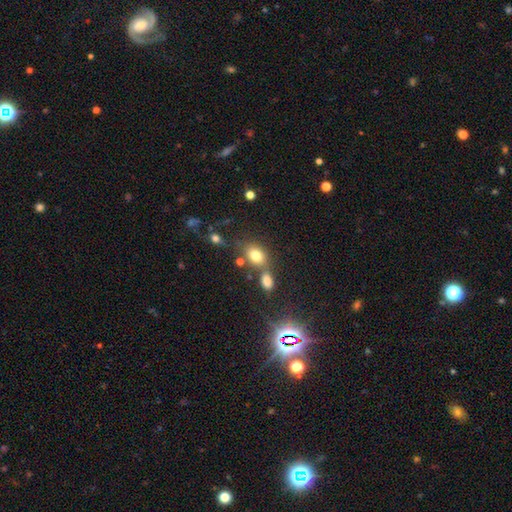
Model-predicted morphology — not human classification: A smooth galaxy with no disk features (77%) that is in between round and cigar-shaped (68%).

Vote fractions:
- Smooth or featured? smooth: 77% / star or artifact: 13% / featured or disk: 10%
- How rounded? in between: 68% / round: 30% / cigar-shaped: 2%
- Merging? none: 54% / merger: 27% / minor disturbance: 13% / major disturbance: 6%